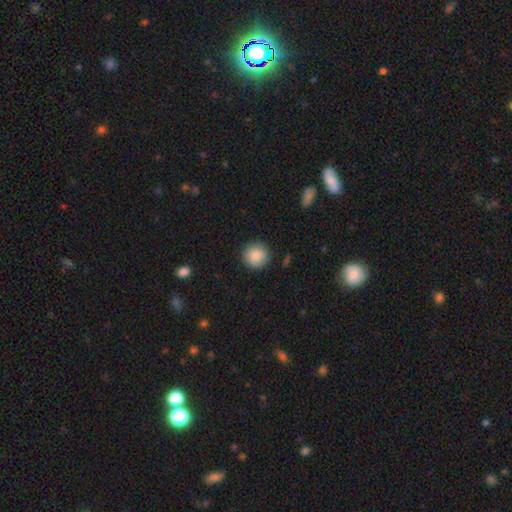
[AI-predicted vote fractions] Smooth or featured: smooth — 86% (star or artifact — 8%)
How rounded: round — 94% (in between — 5%)
Merging: none — 89% (minor disturbance — 8%)